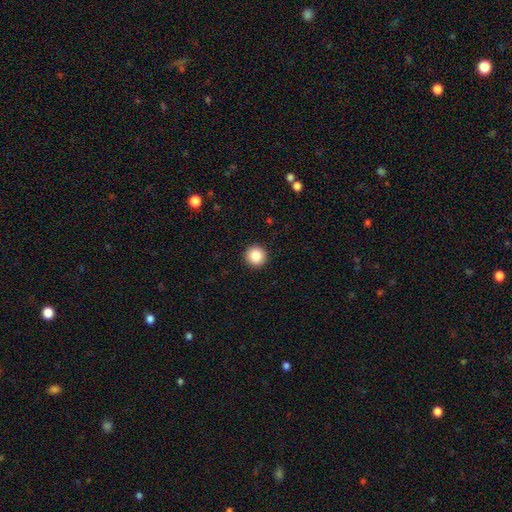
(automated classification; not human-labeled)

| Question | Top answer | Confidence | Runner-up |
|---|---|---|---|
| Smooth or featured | smooth | 86% | star or artifact (9%) |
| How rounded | round | 96% | in between (3%) |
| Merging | none | 93% | minor disturbance (4%) |